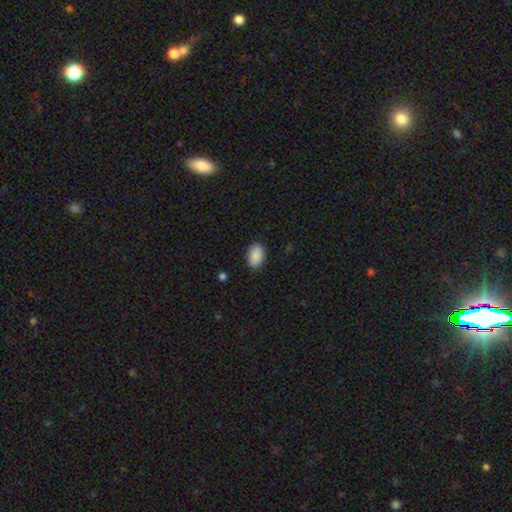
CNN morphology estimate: Smooth or featured? Predicted: smooth (p=0.89). How rounded? Predicted: in between (p=0.89). Merging? Predicted: none (p=0.87).